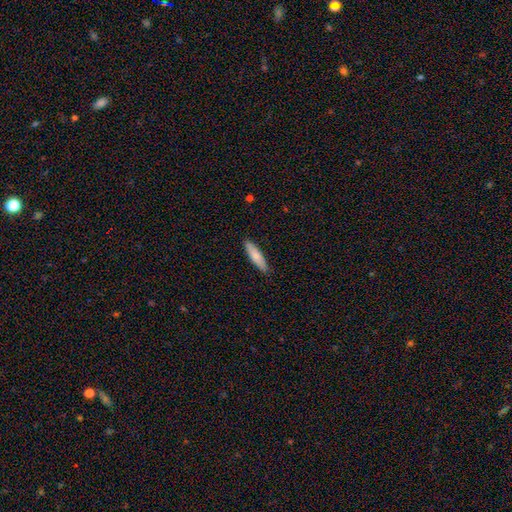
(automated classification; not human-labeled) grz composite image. It shows a smooth galaxy with no disk features (76%) that is cigar-shaped (72%). Merging: none (88%).